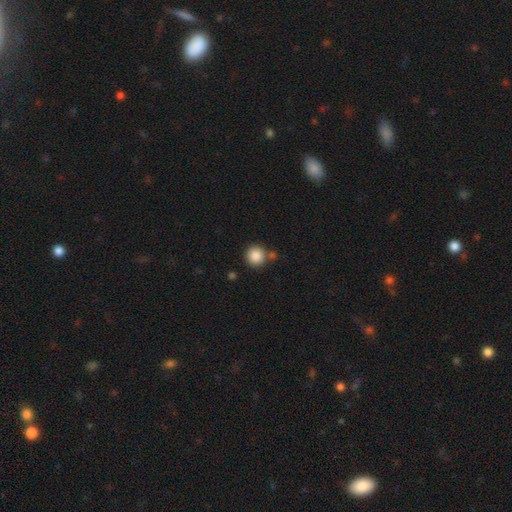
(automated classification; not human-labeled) Smooth or featured: smooth — 87% (star or artifact — 9%)
How rounded: round — 93% (in between — 6%)
Merging: none — 76% (merger — 12%)